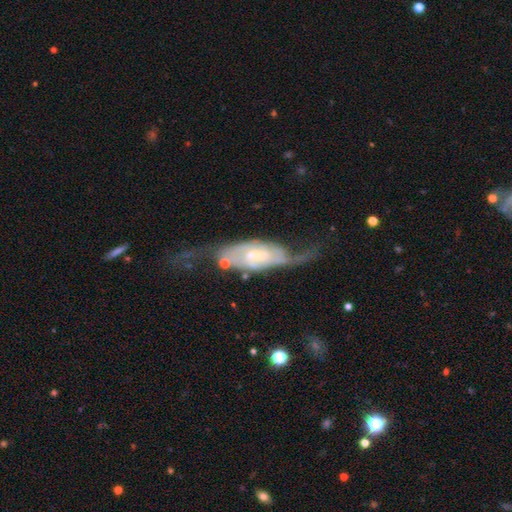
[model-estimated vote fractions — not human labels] smooth_or_featured: featured or disk (p=0.81) [alt: smooth p=0.13]
disk_edge_on: no (p=0.89) [alt: yes p=0.11]
bar: weak (p=0.49) [alt: no p=0.34]
has_spiral_arms: yes (p=0.91) [alt: no p=0.09]
spiral_winding: loose (p=0.43) [alt: medium p=0.36]
spiral_arm_count: 2 (p=0.78) [alt: can't tell p=0.13]
bulge_size: small (p=0.46) [alt: moderate p=0.39]
merging: none (p=0.42) [alt: major disturbance p=0.31]